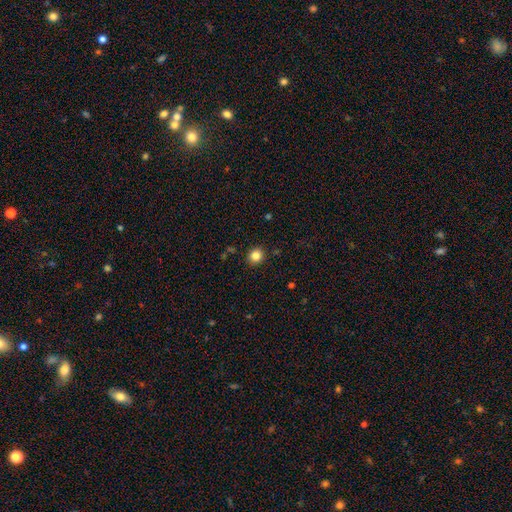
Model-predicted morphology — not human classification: Smooth or featured? smooth (83%)
How rounded? round (86%)
Merging? none (91%)